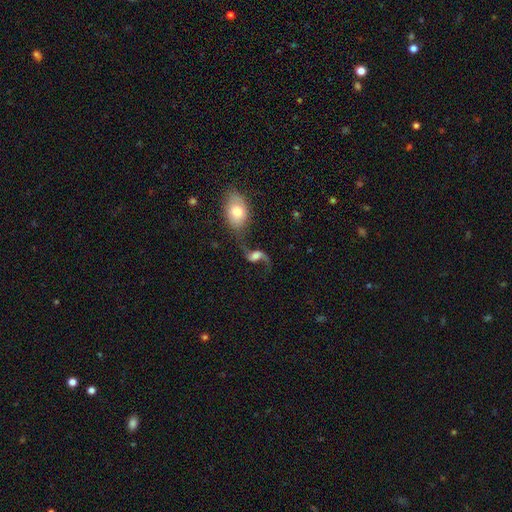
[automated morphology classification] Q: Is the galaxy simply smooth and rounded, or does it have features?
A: featured or disk — 75%.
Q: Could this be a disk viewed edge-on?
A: no — 96%.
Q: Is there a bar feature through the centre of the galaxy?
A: no — 43%.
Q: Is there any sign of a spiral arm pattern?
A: yes — 92%.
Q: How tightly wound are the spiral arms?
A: loose — 89%.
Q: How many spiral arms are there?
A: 2 — 90%.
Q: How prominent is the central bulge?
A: moderate — 37%.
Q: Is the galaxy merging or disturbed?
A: none — 43%.